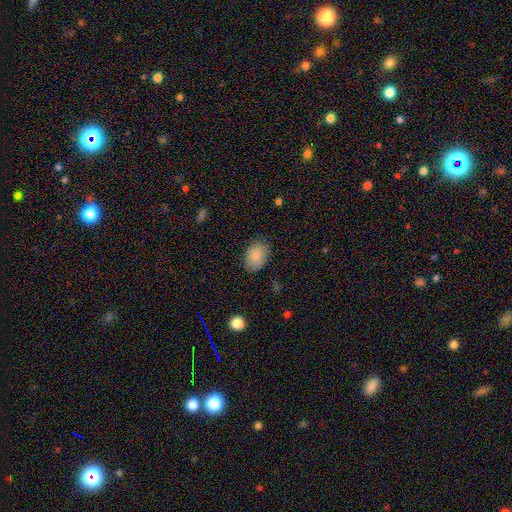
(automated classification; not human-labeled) smooth-or-featured: smooth: 86% | star or artifact: 7% | featured or disk: 7%
  how-rounded: in between: 84% | round: 15% | cigar-shaped: 1%
  merging: none: 83% | minor disturbance: 13% | major disturbance: 3% | merger: 1%